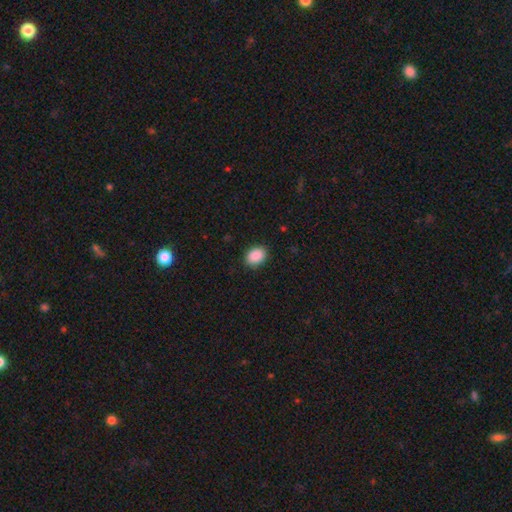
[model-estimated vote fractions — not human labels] smooth 90%, star or artifact 8%, featured or disk 3%. Down the decision tree: how rounded — in between (67%); merging — none (89%).